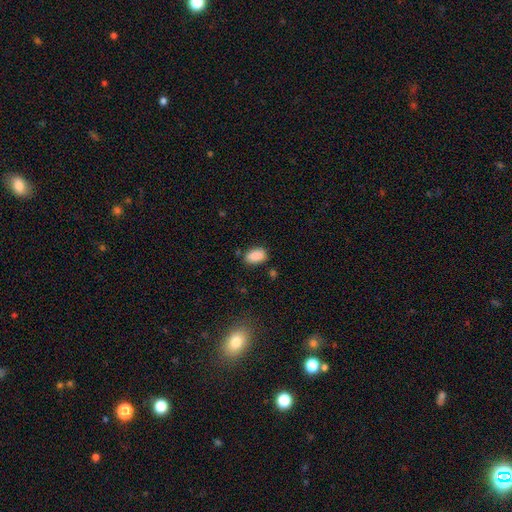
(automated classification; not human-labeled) A smooth galaxy with no disk features (89%) that is in between round and cigar-shaped (91%). Merging: none (77%).